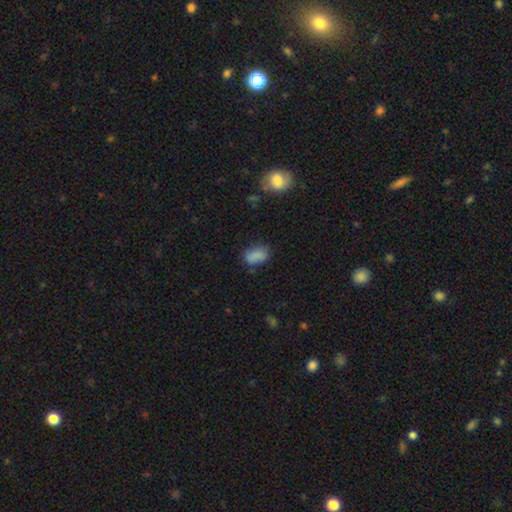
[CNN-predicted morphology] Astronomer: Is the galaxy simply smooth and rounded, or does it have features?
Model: smooth — 84%.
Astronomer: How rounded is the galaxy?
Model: in between — 89%.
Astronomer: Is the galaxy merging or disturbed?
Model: none — 69%.